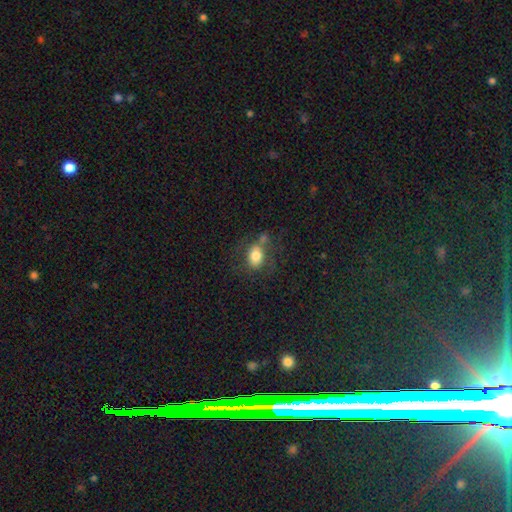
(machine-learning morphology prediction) A smooth galaxy with no disk features (76%) that is in between round and cigar-shaped (67%). Merging: none (52%).